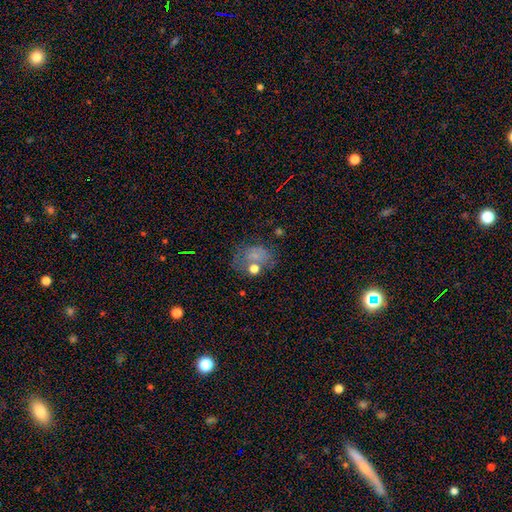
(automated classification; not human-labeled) Q: Smooth or featured?
A: smooth (53%); runner-up: featured or disk (26%)
Q: How rounded?
A: in between (55%); runner-up: round (44%)
Q: Merging?
A: none (53%); runner-up: minor disturbance (22%)